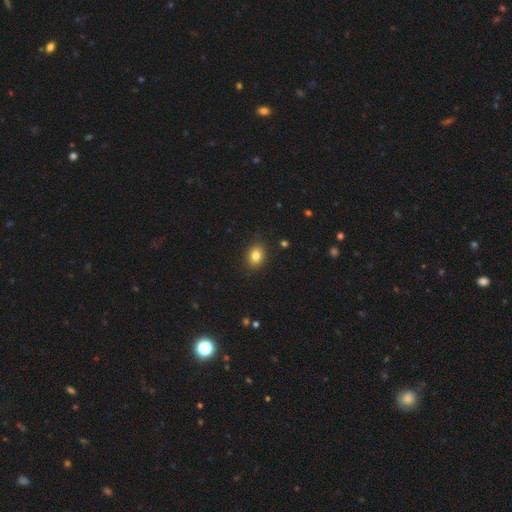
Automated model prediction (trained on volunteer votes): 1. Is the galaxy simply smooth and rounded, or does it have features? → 82% smooth, 10% star or artifact, 8% featured or disk.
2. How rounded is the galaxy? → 65% in between, 34% round, 1% cigar-shaped.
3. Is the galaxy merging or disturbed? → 87% none, 10% minor disturbance, 2% major disturbance, 1% merger.